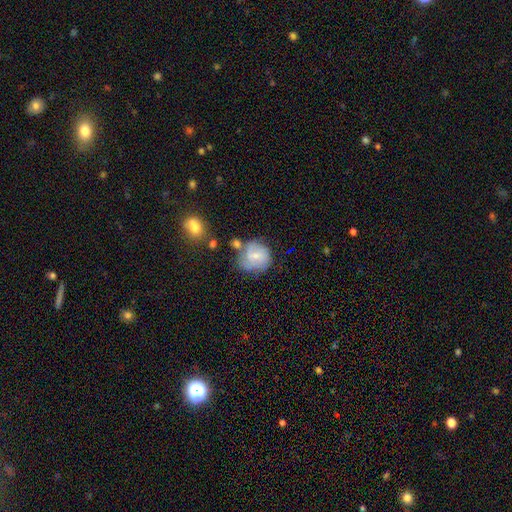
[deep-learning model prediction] Smooth or featured? Predicted: featured or disk (p=0.52). Edge-on disk? Predicted: no (p=0.98). Bar? Predicted: no (p=0.64). Spiral arms? Predicted: yes (p=0.77). Bulge size? Predicted: small (p=0.61). Merging? Predicted: none (p=0.47).